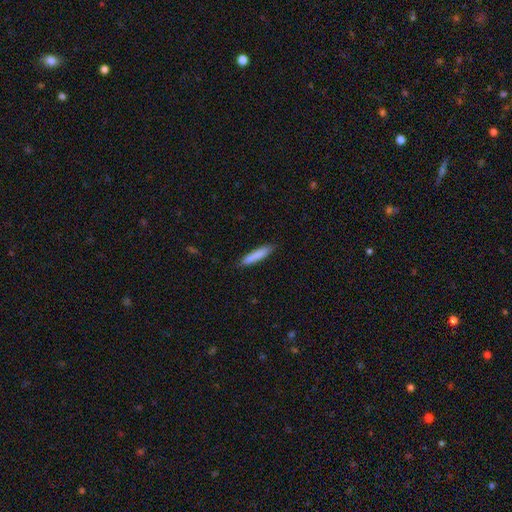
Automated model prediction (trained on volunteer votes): A smooth galaxy with no disk features (84%) that is cigar-shaped (87%).

Vote fractions:
- Smooth or featured? smooth: 84% / featured or disk: 10% / star or artifact: 6%
- How rounded? cigar-shaped: 87% / in between: 11% / round: 1%
- Merging? none: 86% / minor disturbance: 11% / major disturbance: 2% / merger: 1%